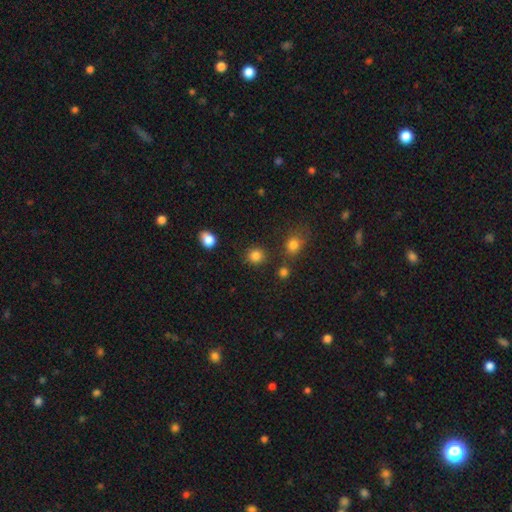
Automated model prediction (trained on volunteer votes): smooth 83%, star or artifact 12%, featured or disk 4%. Down the decision tree: how rounded — round (88%); merging — none (84%).